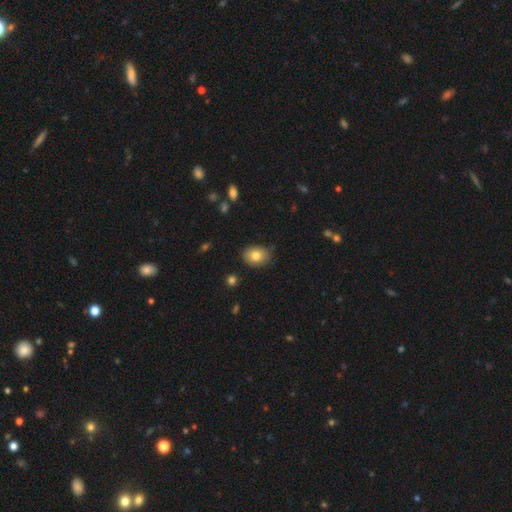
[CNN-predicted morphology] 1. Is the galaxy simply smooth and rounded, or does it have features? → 80% smooth, 12% featured or disk, 8% star or artifact.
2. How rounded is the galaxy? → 72% in between, 28% round, 1% cigar-shaped.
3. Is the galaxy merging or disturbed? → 84% none, 13% minor disturbance, 2% major disturbance, 1% merger.